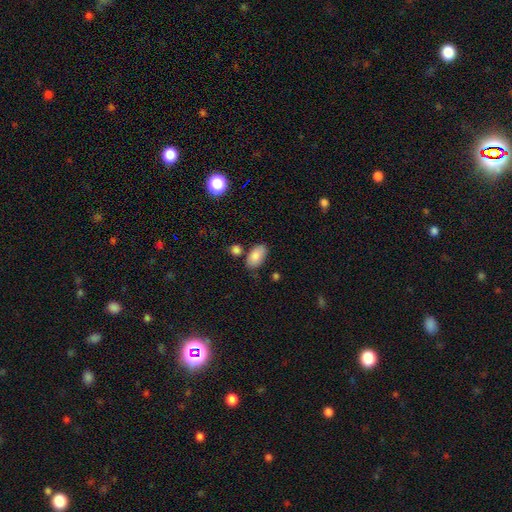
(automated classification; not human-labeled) Morphology: type=smooth (86%); roundness=in between (94%); merging=none (72%).